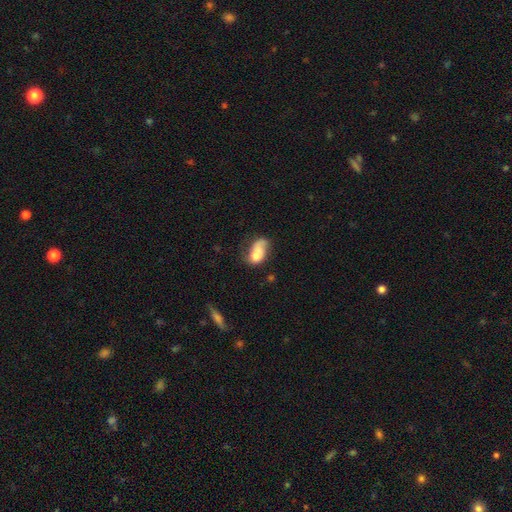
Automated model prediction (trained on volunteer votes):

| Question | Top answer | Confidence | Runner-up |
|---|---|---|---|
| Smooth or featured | smooth | 58% | featured or disk (33%) |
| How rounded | in between | 84% | round (13%) |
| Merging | none | 29% | major disturbance (24%) |